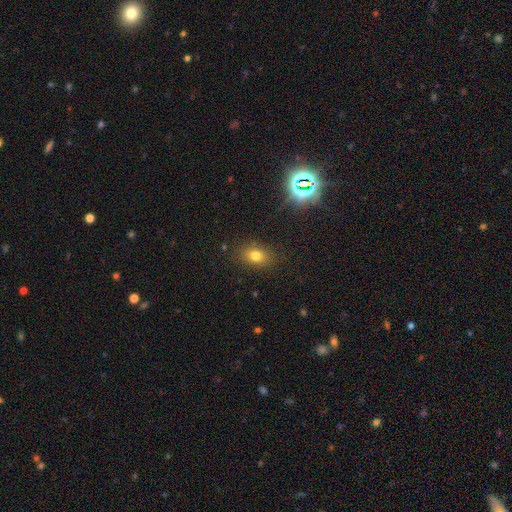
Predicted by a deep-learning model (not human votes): Smooth or featured?
  - smooth: 74% *
  - star or artifact: 16%
  - featured or disk: 10%
How rounded?
  - in between: 71% *
  - round: 27%
  - cigar-shaped: 2%
Merging?
  - none: 84% *
  - minor disturbance: 11%
  - major disturbance: 3%
  - merger: 2%